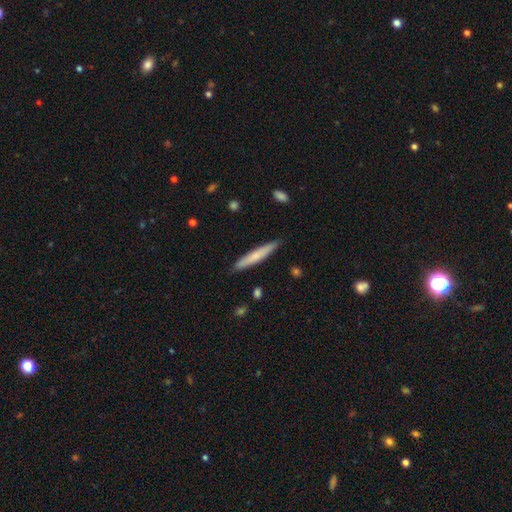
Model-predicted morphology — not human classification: A smooth galaxy with no disk features (68%) that is cigar-shaped (93%).

Vote fractions:
- Smooth or featured? smooth: 68% / featured or disk: 26% / star or artifact: 6%
- How rounded? cigar-shaped: 93% / in between: 6% / round: 1%
- Merging? none: 88% / minor disturbance: 9% / major disturbance: 2% / merger: 1%